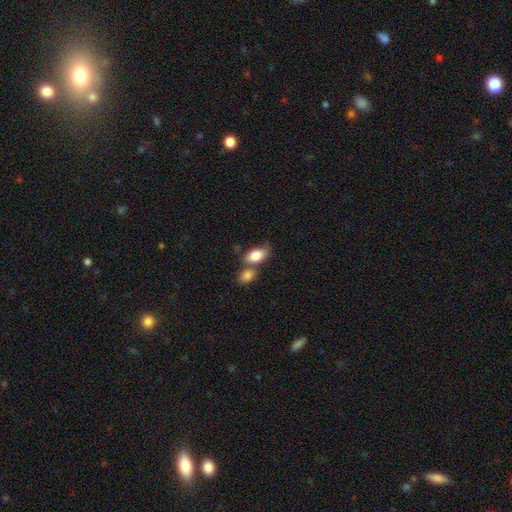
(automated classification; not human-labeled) smooth_or_featured: smooth (p=0.80) [alt: featured or disk p=0.13]
how_rounded: in between (p=0.86) [alt: round p=0.12]
merging: merger (p=0.42) [alt: none p=0.35]